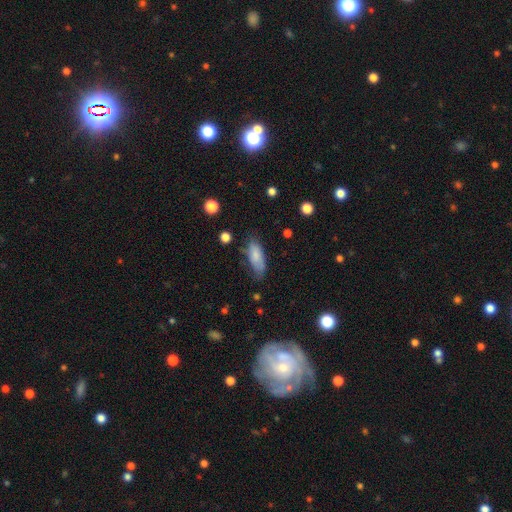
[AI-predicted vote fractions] Smooth or featured: smooth — 78% (featured or disk — 15%)
How rounded: in between — 76% (cigar-shaped — 21%)
Merging: none — 57% (minor disturbance — 31%)